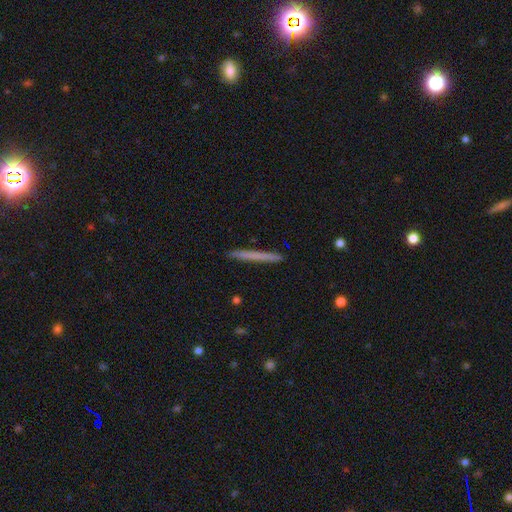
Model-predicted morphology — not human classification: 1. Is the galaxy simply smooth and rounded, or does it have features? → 63% smooth, 31% featured or disk, 6% star or artifact.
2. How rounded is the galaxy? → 97% cigar-shaped, 2% in between, 1% round.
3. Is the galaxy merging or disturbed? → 92% none, 6% minor disturbance, 1% major disturbance, 1% merger.